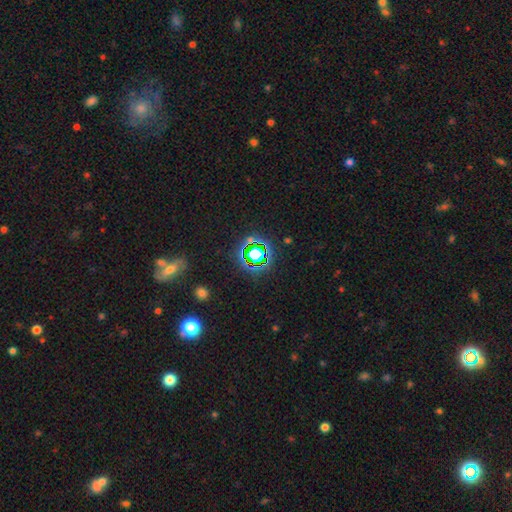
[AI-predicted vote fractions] Smooth or featured? Predicted: star or artifact (p=0.73).